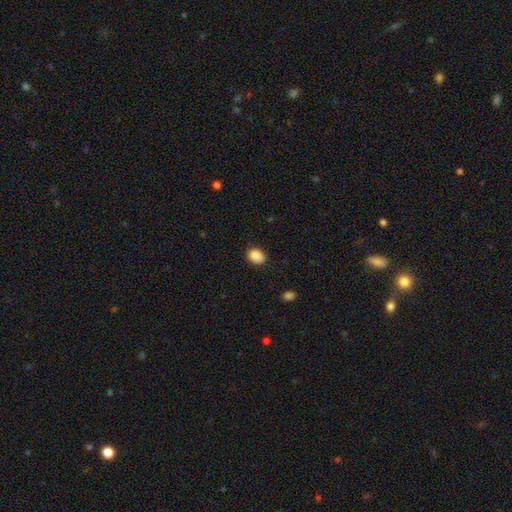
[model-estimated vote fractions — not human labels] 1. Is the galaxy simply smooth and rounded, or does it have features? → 88% smooth, 9% star or artifact, 3% featured or disk.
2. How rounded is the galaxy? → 64% in between, 35% round, 1% cigar-shaped.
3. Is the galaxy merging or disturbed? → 80% none, 15% minor disturbance, 3% major disturbance, 1% merger.